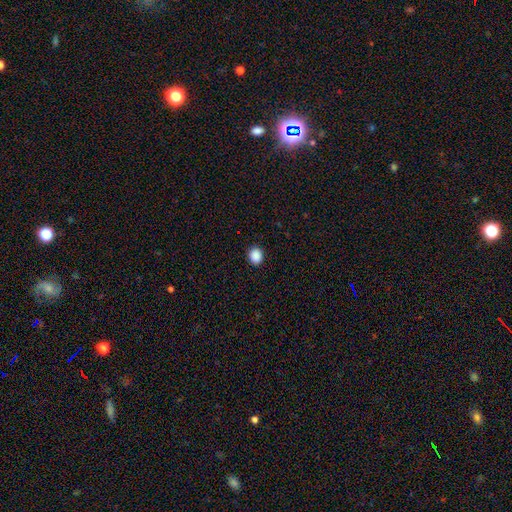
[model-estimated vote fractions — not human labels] The model was most divided on "how rounded": round: 65%, in between: 34%, cigar-shaped: 1%. More confident: merging — none (91%); smooth or featured — smooth (89%).